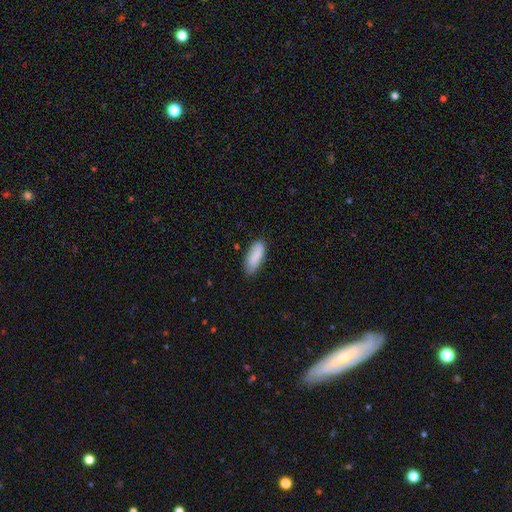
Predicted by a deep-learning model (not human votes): smooth_or_featured: smooth (p=0.85) [alt: featured or disk p=0.09]
how_rounded: in between (p=0.78) [alt: cigar-shaped p=0.20]
merging: none (p=0.73) [alt: minor disturbance p=0.22]